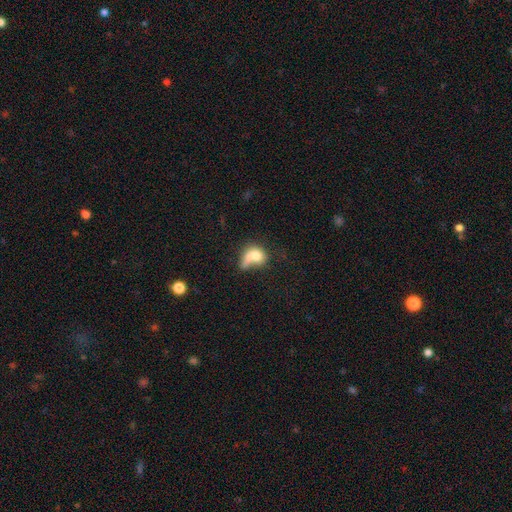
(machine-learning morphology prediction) Overall: smooth (67%). How rounded: in between (58%; round 39%). Merging: merger (37%; major disturbance 26%).